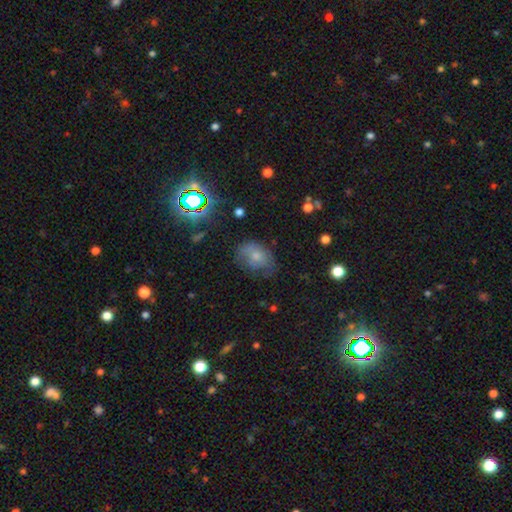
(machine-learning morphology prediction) This is likely a smooth galaxy (63%). How rounded: likely in between (70%). Merging: possibly none (50%).